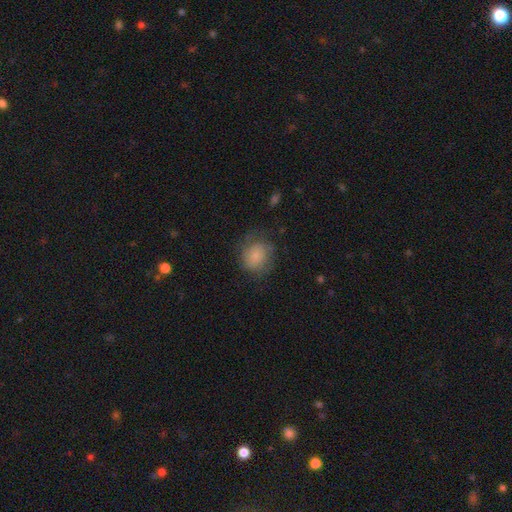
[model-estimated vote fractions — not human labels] The model was most divided on "merging": none: 62%, minor disturbance: 24%, major disturbance: 13%, merger: 1%. More confident: how rounded — round (81%); smooth or featured — smooth (78%).